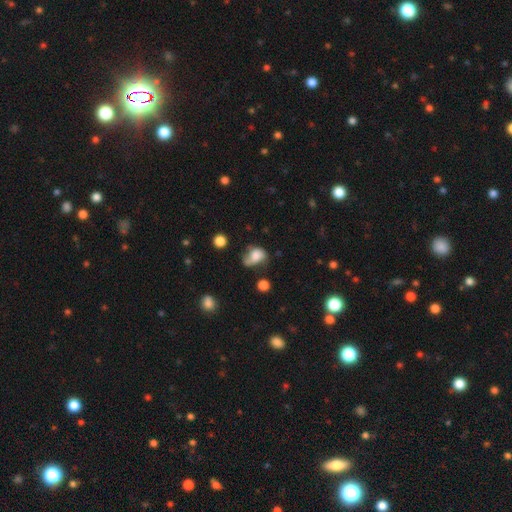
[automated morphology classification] Smooth or featured? smooth (65%)
How rounded? in between (63%)
Merging? minor disturbance (31%, tied with none)